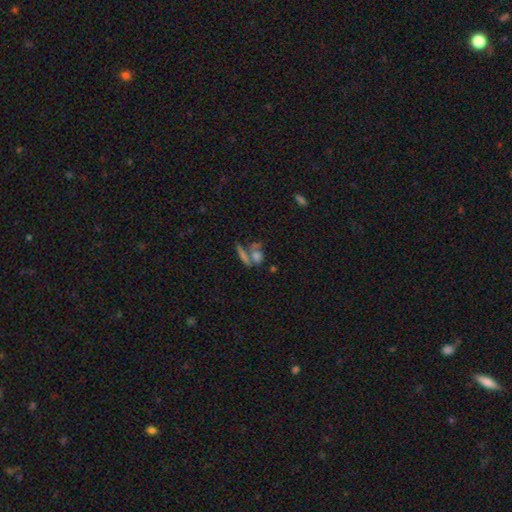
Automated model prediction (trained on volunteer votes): Overall: smooth (58%; featured or disk 26%). How rounded: in between (49%; round 33%). Merging: merger (41%; none 38%).